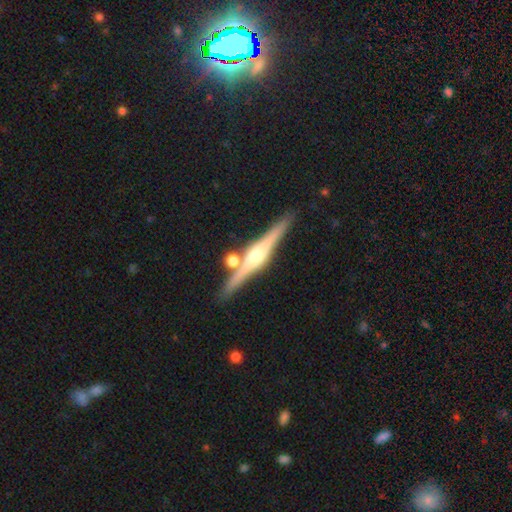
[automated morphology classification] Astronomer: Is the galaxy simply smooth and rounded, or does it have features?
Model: featured or disk — 80%.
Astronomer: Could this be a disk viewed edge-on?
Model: yes — 98%.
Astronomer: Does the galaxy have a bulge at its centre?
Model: rounded — 80%.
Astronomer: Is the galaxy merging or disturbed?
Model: none — 86%.